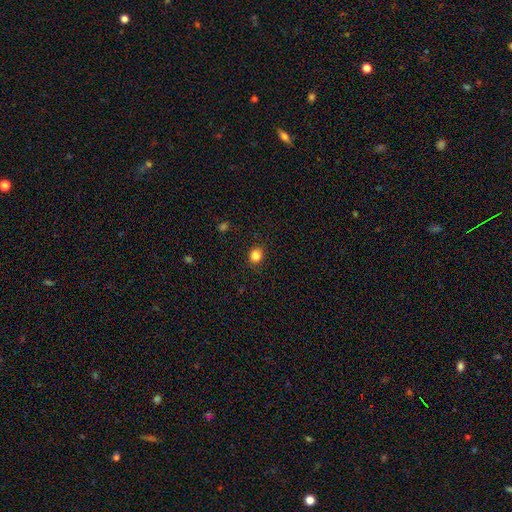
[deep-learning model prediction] The model was most divided on "how rounded": round: 76%, in between: 23%, cigar-shaped: 1%. More confident: merging — none (88%); smooth or featured — smooth (84%).